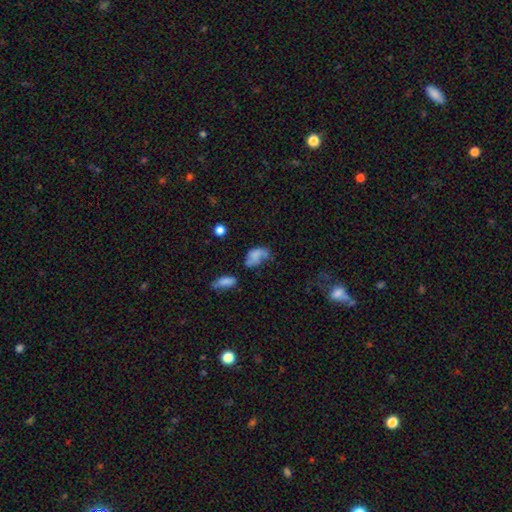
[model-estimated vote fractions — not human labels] Smooth or featured? Predicted: smooth (p=0.63). How rounded? Predicted: in between (p=0.87). Merging? Predicted: none (p=0.29, tied with minor disturbance).